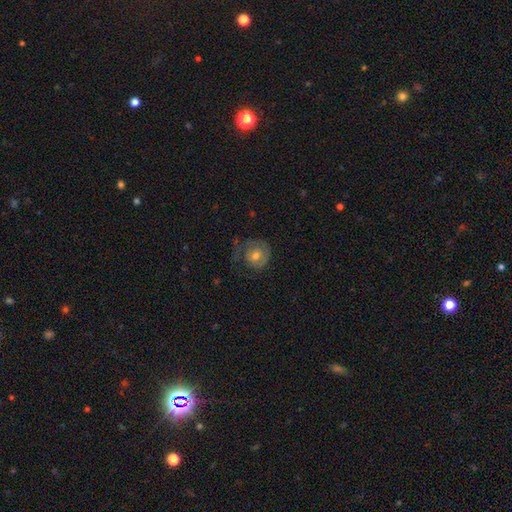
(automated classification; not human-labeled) Morphology: type=smooth (60%); roundness=round (85%); merging=none (51%).